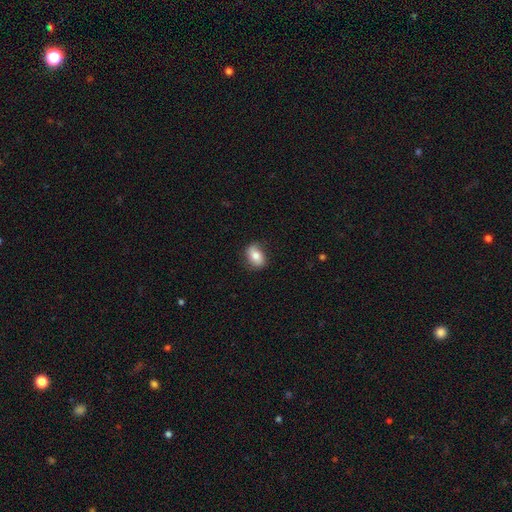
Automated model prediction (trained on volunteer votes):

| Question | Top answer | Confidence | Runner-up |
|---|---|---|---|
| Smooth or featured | smooth | 74% | featured or disk (18%) |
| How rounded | in between | 76% | round (22%) |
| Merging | none | 77% | minor disturbance (18%) |